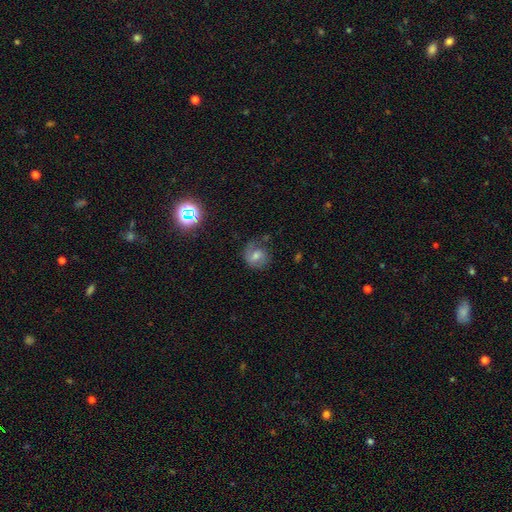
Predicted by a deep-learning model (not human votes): Overall: featured or disk (47%; smooth 38%). Merging: none (62%; minor disturbance 23%).